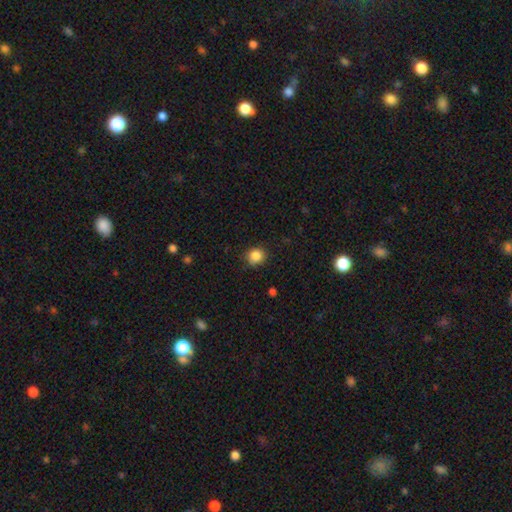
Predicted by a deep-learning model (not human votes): smooth 85%, star or artifact 11%, featured or disk 4%. Down the decision tree: how rounded — round (87%); merging — none (82%).